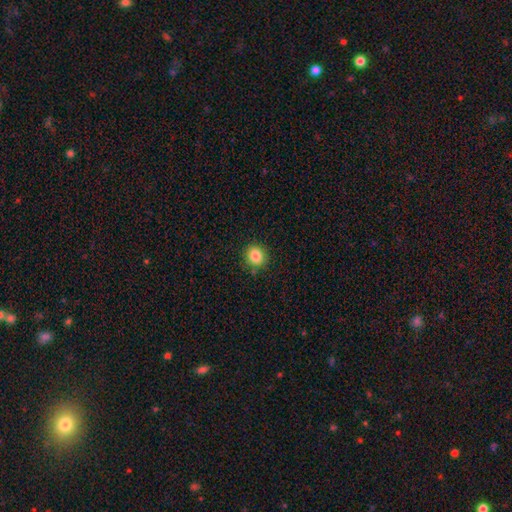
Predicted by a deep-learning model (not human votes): A smooth galaxy with no disk features (85%) that is round (83%).

Vote fractions:
- Smooth or featured? smooth: 85% / star or artifact: 10% / featured or disk: 5%
- How rounded? round: 83% / in between: 16% / cigar-shaped: 1%
- Merging? none: 86% / minor disturbance: 9% / major disturbance: 2% / merger: 2%